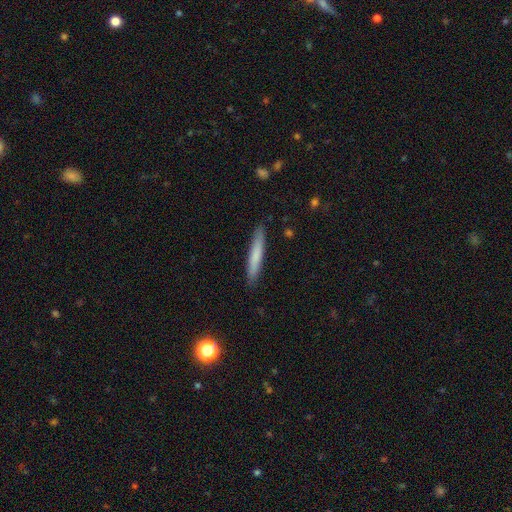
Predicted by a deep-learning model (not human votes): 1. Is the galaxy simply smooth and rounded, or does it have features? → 74% smooth, 21% featured or disk, 6% star or artifact.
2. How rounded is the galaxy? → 94% cigar-shaped, 5% in between, 1% round.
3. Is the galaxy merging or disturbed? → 89% none, 8% minor disturbance, 2% major disturbance, 1% merger.